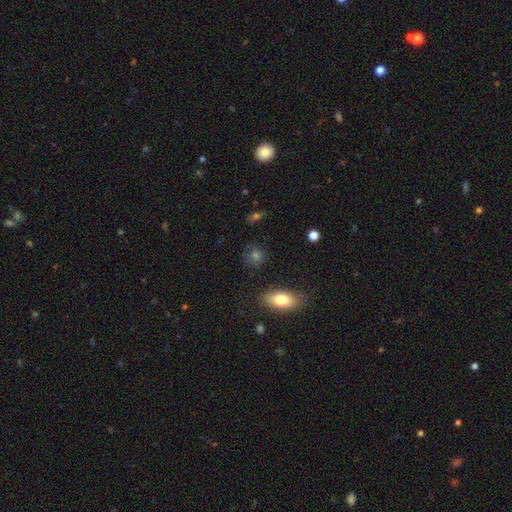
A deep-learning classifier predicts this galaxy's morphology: Q: Smooth or featured?
A: smooth (68%); runner-up: star or artifact (19%)
Q: How rounded?
A: round (63%); runner-up: in between (32%)
Q: Merging?
A: none (80%); runner-up: minor disturbance (12%)